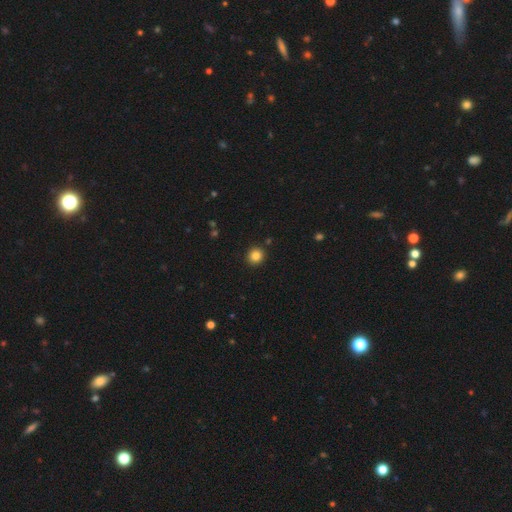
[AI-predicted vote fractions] Smooth or featured: smooth — 84% (star or artifact — 11%)
How rounded: round — 91% (in between — 8%)
Merging: none — 92% (minor disturbance — 5%)